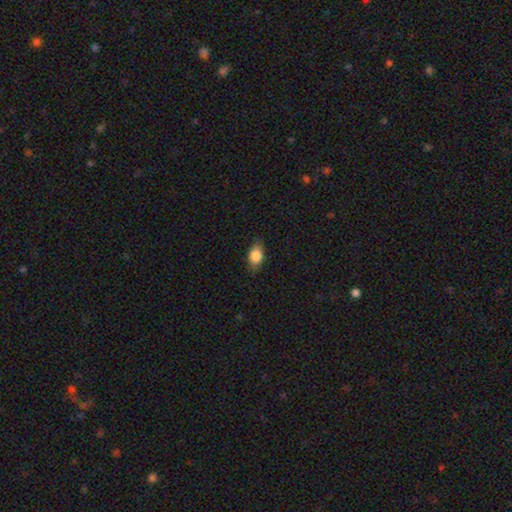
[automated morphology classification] smooth_or_featured: smooth (p=0.82) [alt: featured or disk p=0.10]
how_rounded: in between (p=0.82) [alt: round p=0.13]
merging: none (p=0.80) [alt: minor disturbance p=0.16]